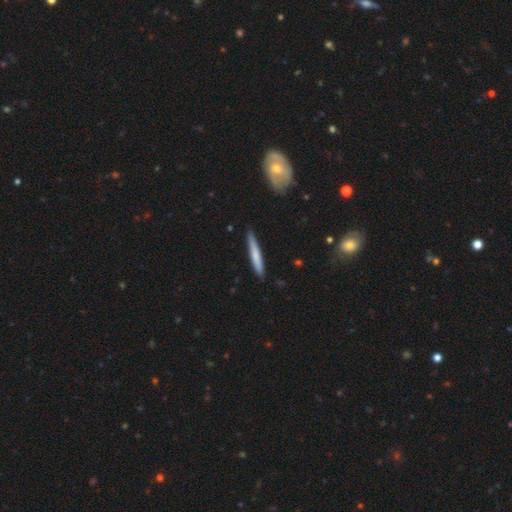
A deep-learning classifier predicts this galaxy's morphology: A smooth galaxy with no disk features (69%) that is cigar-shaped (95%).

Vote fractions:
- Smooth or featured? smooth: 69% / featured or disk: 25% / star or artifact: 5%
- How rounded? cigar-shaped: 95% / in between: 3% / round: 1%
- Merging? none: 87% / minor disturbance: 10% / major disturbance: 1% / merger: 1%